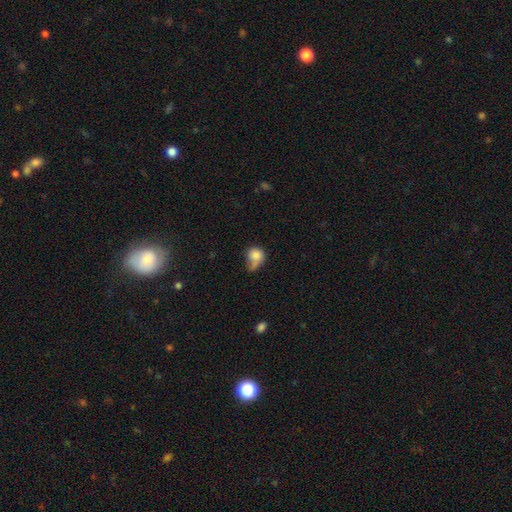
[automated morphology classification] Overall: smooth (78%). How rounded: round (67%; in between 32%). Merging: none (31%; minor disturbance 26%).